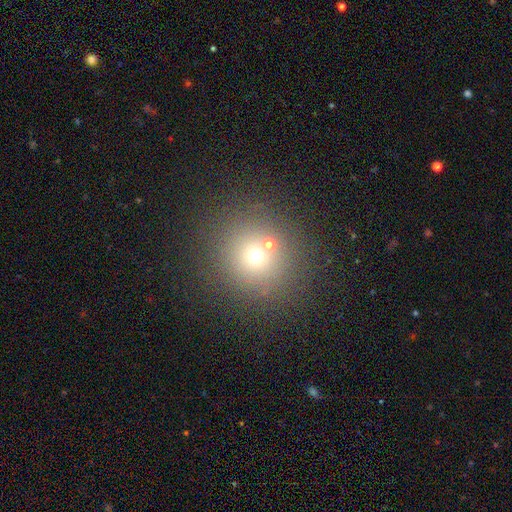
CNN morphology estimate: A smooth galaxy with no disk features (63%) that is round (92%).

Vote fractions:
- Smooth or featured? smooth: 63% / star or artifact: 24% / featured or disk: 13%
- How rounded? round: 92% / in between: 7% / cigar-shaped: 1%
- Merging? none: 74% / merger: 15% / minor disturbance: 7% / major disturbance: 4%